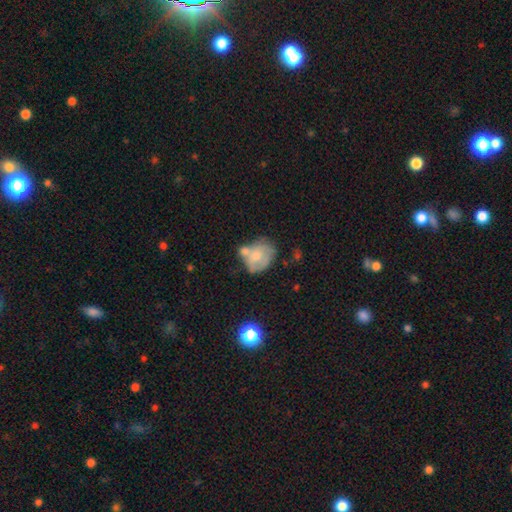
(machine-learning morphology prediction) Smooth or featured? smooth (56%)
How rounded? in between (59%)
Merging? merger (33%)